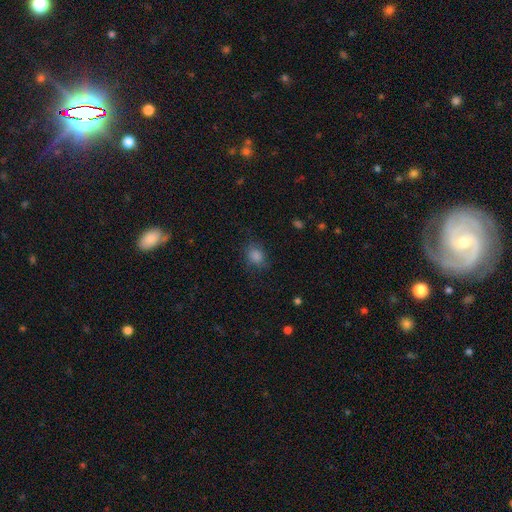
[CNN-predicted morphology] This is likely a smooth galaxy (78%). How rounded: possibly round (52%). Merging: likely none (74%).